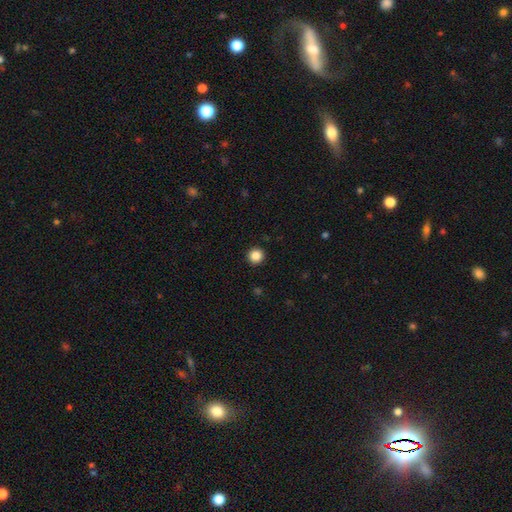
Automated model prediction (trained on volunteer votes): Smooth or featured: smooth — 86% (star or artifact — 11%)
How rounded: round — 95% (in between — 4%)
Merging: none — 93% (minor disturbance — 4%)